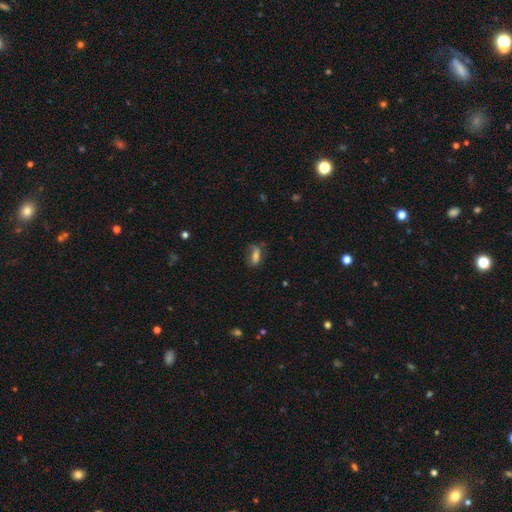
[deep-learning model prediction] Overall: smooth (69%). How rounded: in between (70%). Merging: none (56%; minor disturbance 27%).